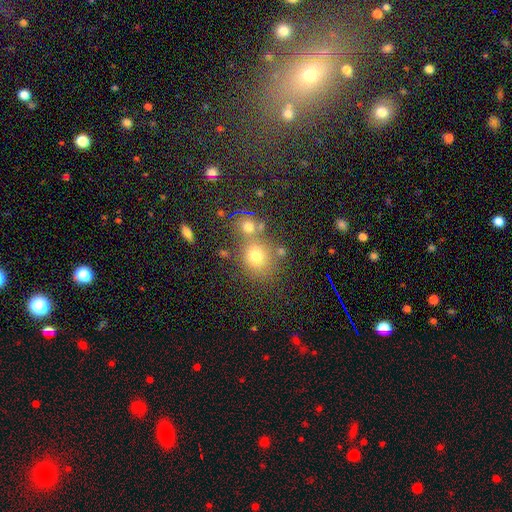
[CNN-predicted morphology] Smooth or featured? smooth (71%)
How rounded? round (71%)
Merging? none (56%)